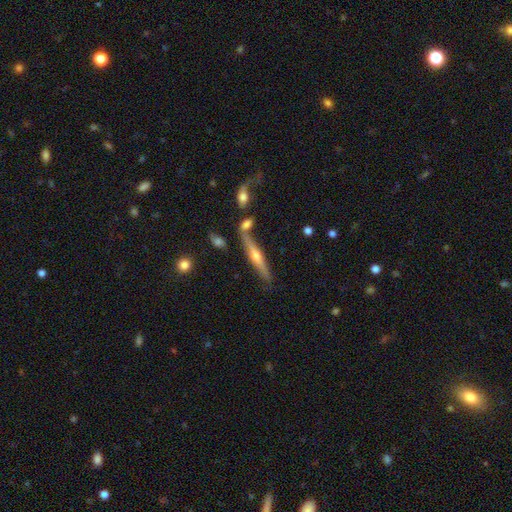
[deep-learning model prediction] smooth-or-featured: featured or disk: 71% | smooth: 23% | star or artifact: 7%
  disk-edge-on: yes: 95% | no: 5%
    edge-on-bulge: rounded: 89% | none: 7% | boxy: 4%
  merging: none: 72% | minor disturbance: 12% | merger: 12% | major disturbance: 4%